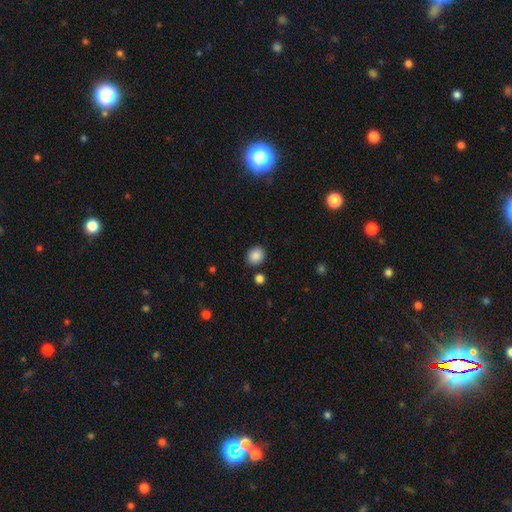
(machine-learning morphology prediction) Q: Smooth or featured?
A: smooth (88%); runner-up: star or artifact (9%)
Q: How rounded?
A: round (60%); runner-up: in between (39%)
Q: Merging?
A: none (85%); runner-up: minor disturbance (9%)